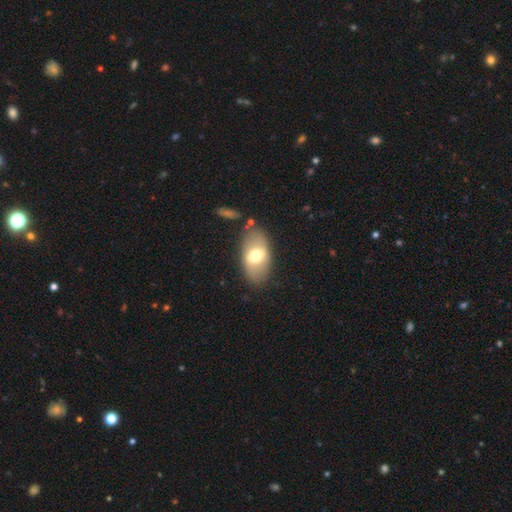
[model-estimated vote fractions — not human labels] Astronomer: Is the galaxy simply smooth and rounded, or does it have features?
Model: smooth — 57% (runner-up: featured or disk, 37%).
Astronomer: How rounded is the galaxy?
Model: in between — 91%.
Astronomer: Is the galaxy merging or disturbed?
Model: none — 78%.